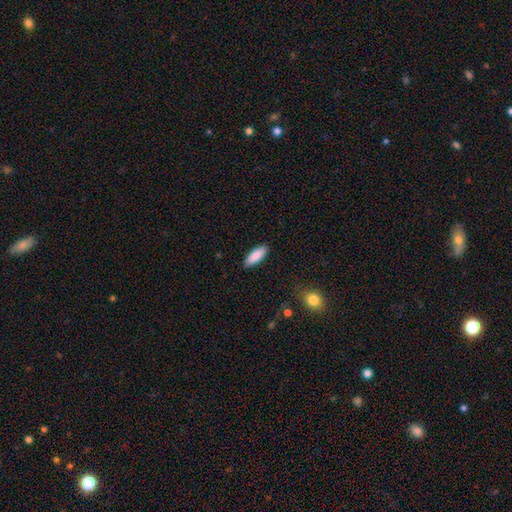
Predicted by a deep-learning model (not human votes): smooth_or_featured: smooth (p=0.88) [alt: featured or disk p=0.06]
how_rounded: in between (p=0.67) [alt: cigar-shaped p=0.32]
merging: none (p=0.88) [alt: minor disturbance p=0.09]